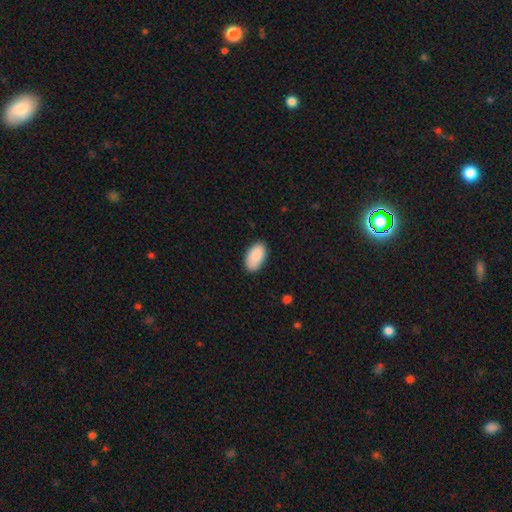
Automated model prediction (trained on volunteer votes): Q: Smooth or featured?
A: smooth (90%); runner-up: star or artifact (6%)
Q: How rounded?
A: in between (96%); runner-up: round (3%)
Q: Merging?
A: none (86%); runner-up: minor disturbance (11%)